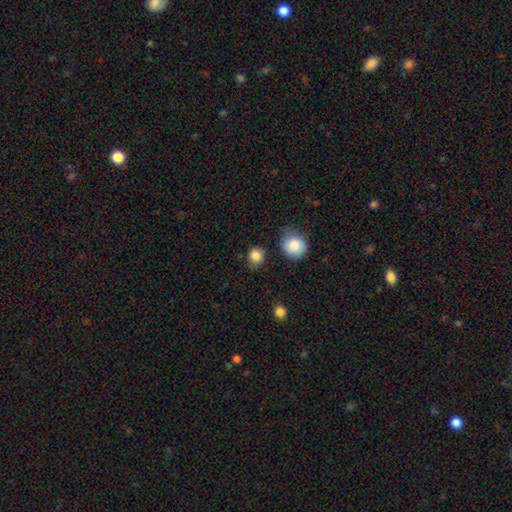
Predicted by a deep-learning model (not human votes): Morphology: type=smooth (85%); roundness=round (80%); merging=none (80%).